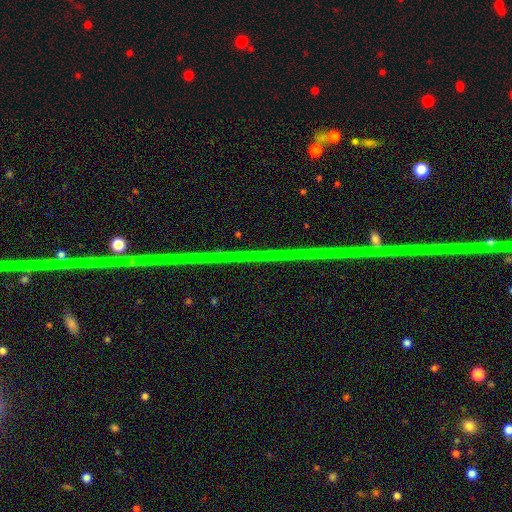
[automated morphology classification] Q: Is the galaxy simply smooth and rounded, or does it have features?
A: star or artifact — 86%.